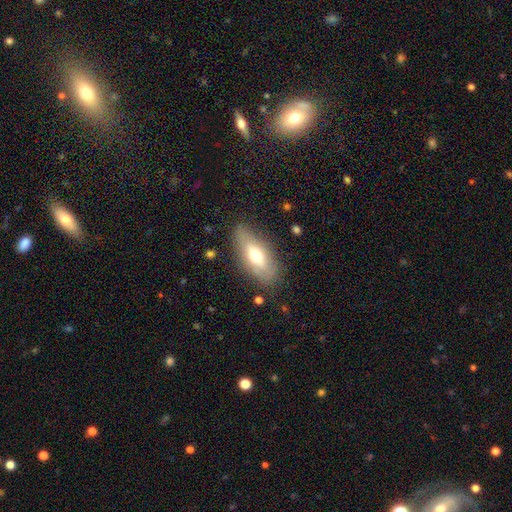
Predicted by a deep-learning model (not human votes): Smooth or featured: smooth — 57% (featured or disk — 35%)
How rounded: in between — 74% (cigar-shaped — 22%)
Merging: none — 77% (minor disturbance — 16%)